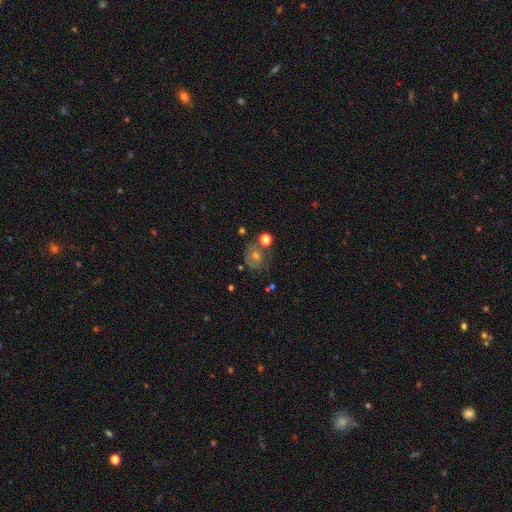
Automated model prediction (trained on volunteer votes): smooth_or_featured: smooth (p=0.40) [alt: featured or disk p=0.35]
merging: none (p=0.67) [alt: minor disturbance p=0.16]